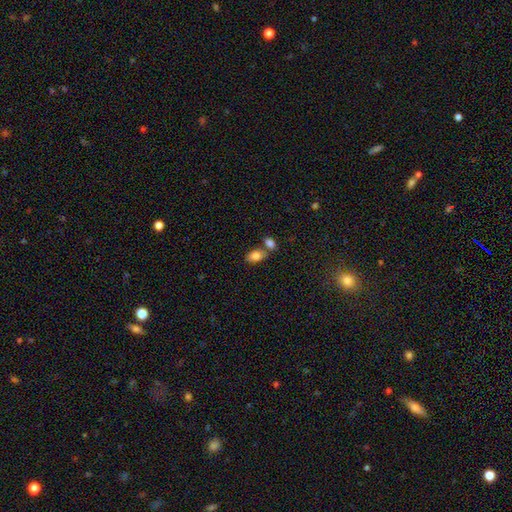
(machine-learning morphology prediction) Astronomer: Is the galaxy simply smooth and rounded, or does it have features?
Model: smooth — 82%.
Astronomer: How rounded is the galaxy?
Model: in between — 88%.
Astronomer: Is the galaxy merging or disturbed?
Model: none — 51% (runner-up: merger, 34%).